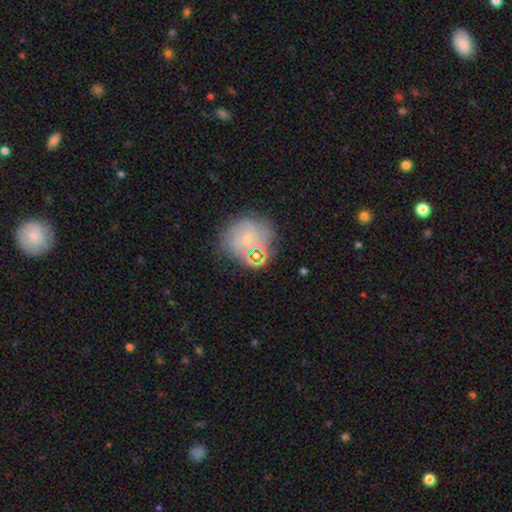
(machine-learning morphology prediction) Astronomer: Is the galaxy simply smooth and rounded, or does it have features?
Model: smooth — 44% (runner-up: featured or disk, 37%).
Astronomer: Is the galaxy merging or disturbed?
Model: none — 67%.